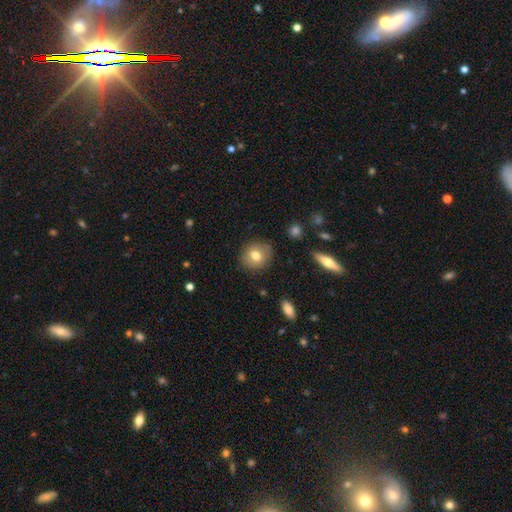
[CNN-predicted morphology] Smooth or featured?
  - smooth: 74% *
  - featured or disk: 17%
  - star or artifact: 9%
How rounded?
  - round: 80% *
  - in between: 19%
  - cigar-shaped: 1%
Merging?
  - none: 85% *
  - minor disturbance: 11%
  - major disturbance: 3%
  - merger: 1%